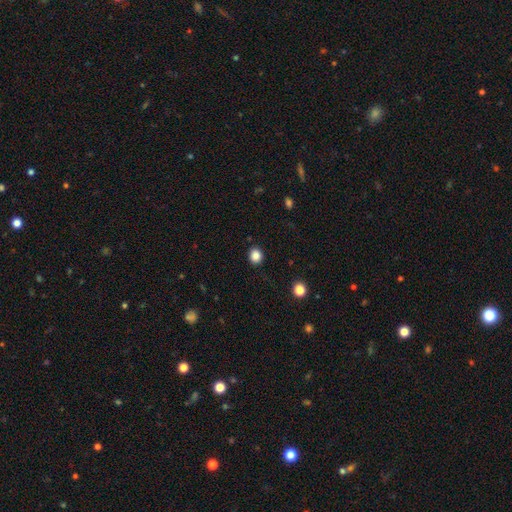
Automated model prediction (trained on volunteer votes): The model was most divided on "how rounded": round: 80%, in between: 20%, cigar-shaped: 1%. More confident: merging — none (90%); smooth or featured — smooth (86%).